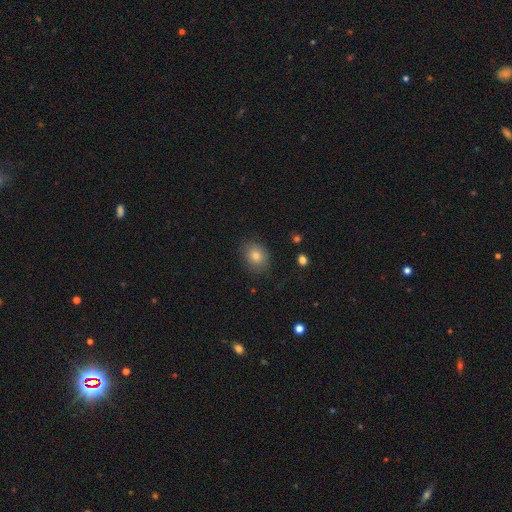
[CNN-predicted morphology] Q: Smooth or featured?
A: smooth (81%); runner-up: star or artifact (11%)
Q: How rounded?
A: round (53%); runner-up: in between (46%)
Q: Merging?
A: none (84%); runner-up: minor disturbance (12%)